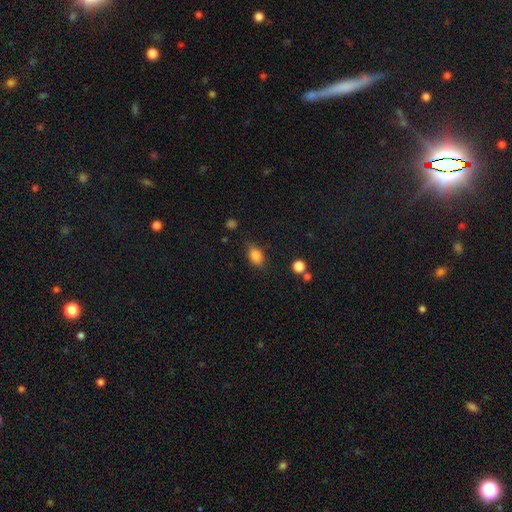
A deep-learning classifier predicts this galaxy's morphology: Overall: smooth (83%). How rounded: in between (78%). Merging: none (79%).